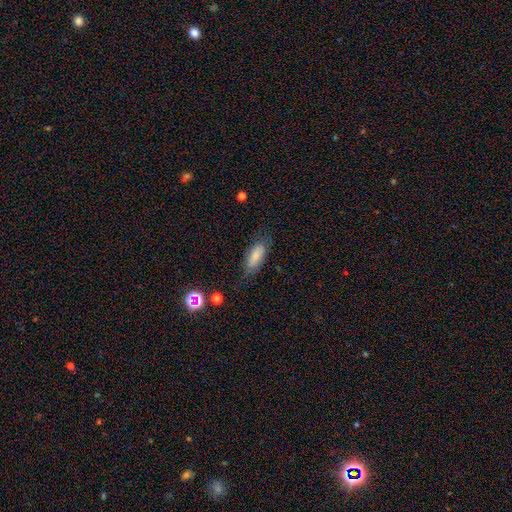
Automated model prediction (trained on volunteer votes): smooth-or-featured: smooth: 80% | featured or disk: 12% | star or artifact: 8%
  how-rounded: in between: 78% | cigar-shaped: 20% | round: 2%
  merging: none: 74% | minor disturbance: 19% | major disturbance: 6% | merger: 2%